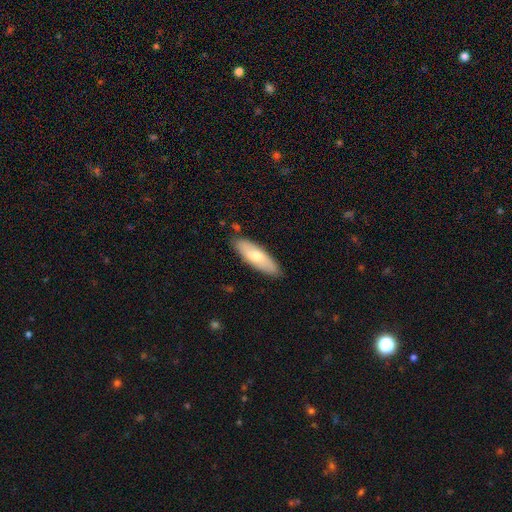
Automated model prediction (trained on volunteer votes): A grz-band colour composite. It shows a smooth galaxy with no disk features (65%) that is in between round and cigar-shaped (55%). Merging: none (85%).